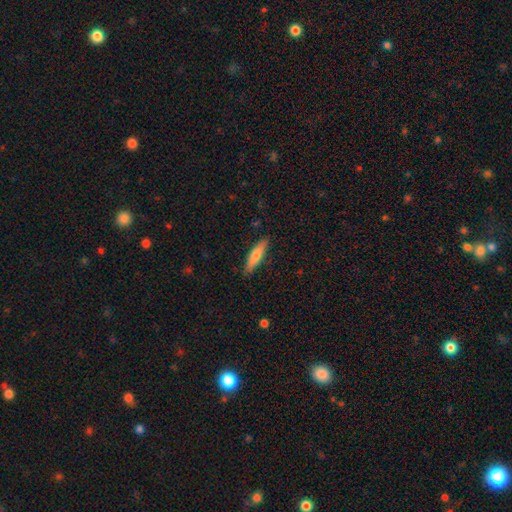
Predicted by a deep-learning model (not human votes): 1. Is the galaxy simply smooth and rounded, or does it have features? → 67% smooth, 27% featured or disk, 6% star or artifact.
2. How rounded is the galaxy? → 72% cigar-shaped, 26% in between, 2% round.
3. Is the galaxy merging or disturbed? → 85% none, 12% minor disturbance, 2% major disturbance, 1% merger.